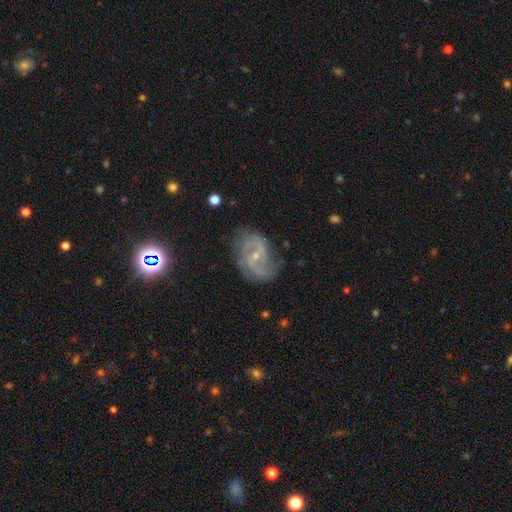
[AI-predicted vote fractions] A featured or disk galaxy (85%) with a weak bar (46%), 2 (76%) medium (52%) spiral arms (96%) and a small central bulge (72%).

Vote fractions:
- Smooth or featured? featured or disk: 85% / star or artifact: 8% / smooth: 7%
- Edge-on disk? no: 97% / yes: 3%
- Bar? weak: 46% / no: 40% / strong: 14%
- Spiral arms? yes: 96% / no: 4%
- Spiral winding? medium: 52% / loose: 27% / tight: 21%
- Spiral arm count? 2: 76% / can't tell: 9% / 3: 7% / 1: 3% / 4: 2% / more than 4: 2%
- Bulge size? small: 72% / moderate: 24% / none: 3% / large: 1% / dominant: 1%
- Merging? none: 68% / minor disturbance: 21% / major disturbance: 9% / merger: 2%